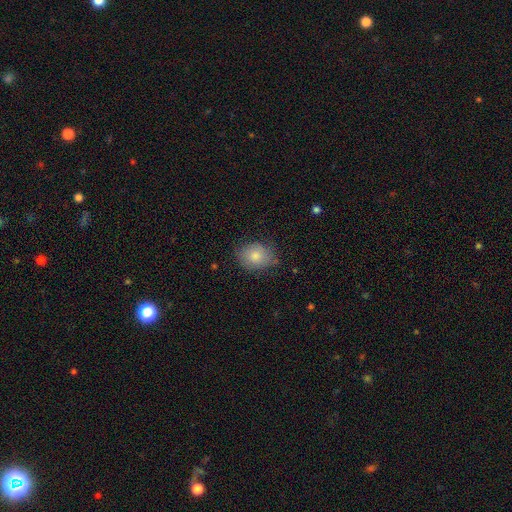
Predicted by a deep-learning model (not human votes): smooth 80%, featured or disk 13%, star or artifact 7%. Down the decision tree: how rounded — in between (51%); merging — none (70%).